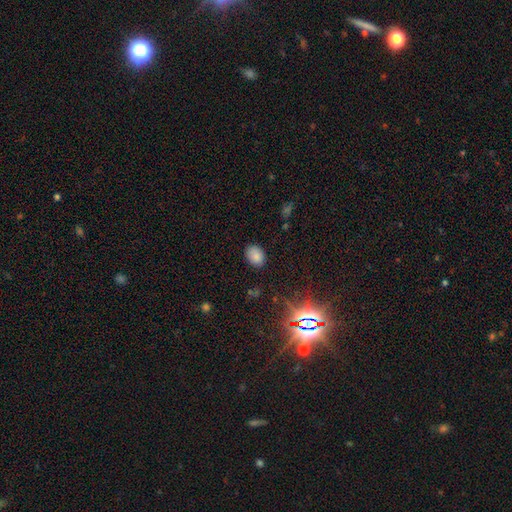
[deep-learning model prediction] smooth 82%, star or artifact 13%, featured or disk 5%. Down the decision tree: how rounded — in between (69%); merging — none (85%).